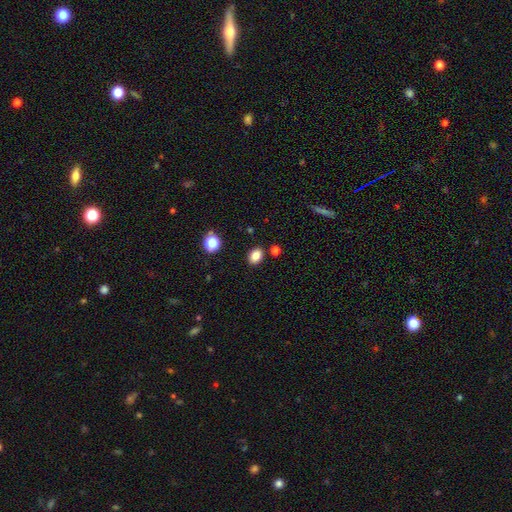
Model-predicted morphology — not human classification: This appears to be a smooth galaxy with no disk features (84%) that is in between round and cigar-shaped (66%). Merging: none (85%).